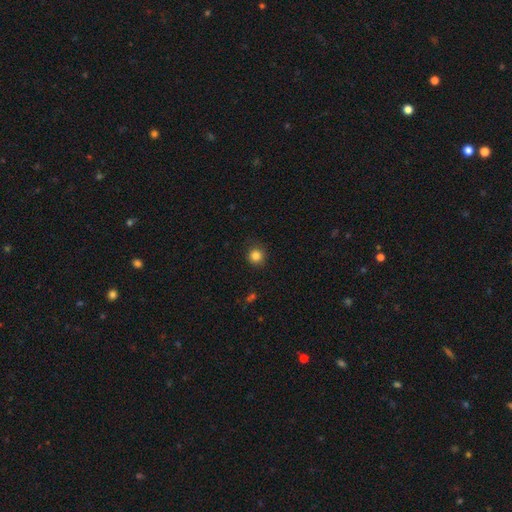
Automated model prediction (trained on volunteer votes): Smooth or featured? smooth (84%)
How rounded? round (92%)
Merging? none (86%)